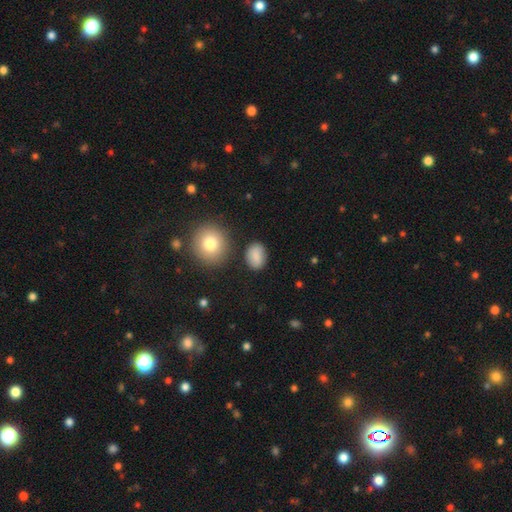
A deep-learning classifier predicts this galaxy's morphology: smooth 85%, star or artifact 8%, featured or disk 7%. Down the decision tree: how rounded — in between (75%); merging — none (81%).